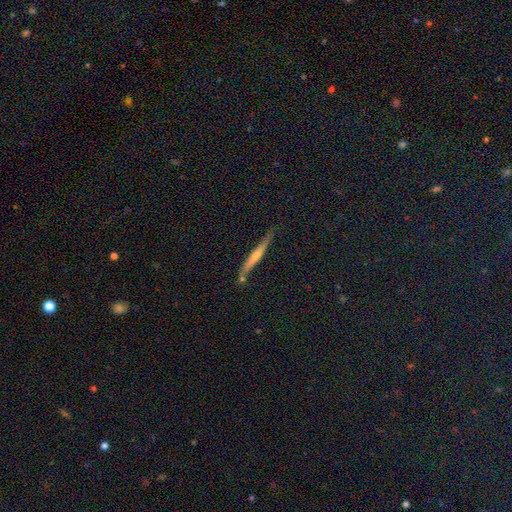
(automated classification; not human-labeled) This appears to be a featured or disk galaxy (61%) viewed edge-on (96%) with a rounded central bulge (67%). Merging: none (80%).